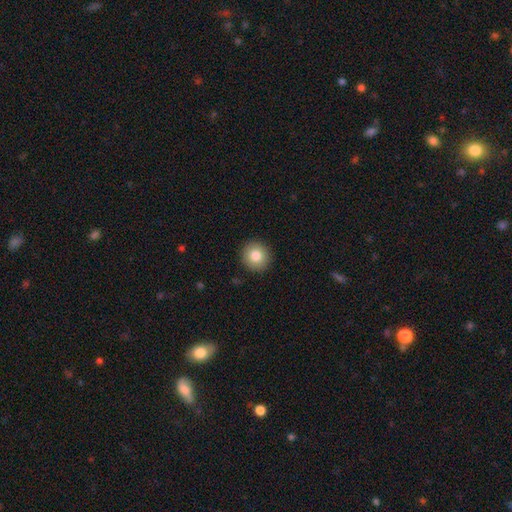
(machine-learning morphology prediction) A smooth galaxy with no disk features (82%) that is round (92%).

Vote fractions:
- Smooth or featured? smooth: 82% / star or artifact: 9% / featured or disk: 9%
- How rounded? round: 92% / in between: 7% / cigar-shaped: 1%
- Merging? none: 92% / minor disturbance: 5% / major disturbance: 2% / merger: 1%